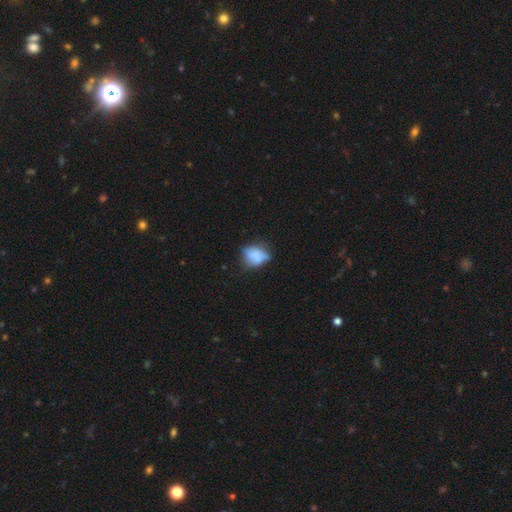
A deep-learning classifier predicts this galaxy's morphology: Smooth or featured: smooth — 72% (featured or disk — 18%)
How rounded: in between — 55% (round — 43%)
Merging: none — 45% (minor disturbance — 37%)